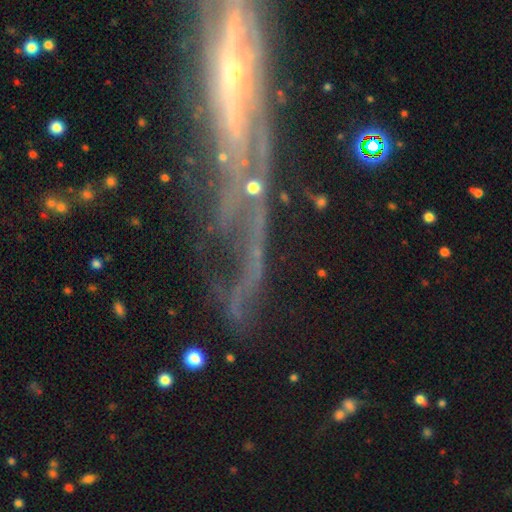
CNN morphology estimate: A featured or disk galaxy (74%). Merging: none (52%).